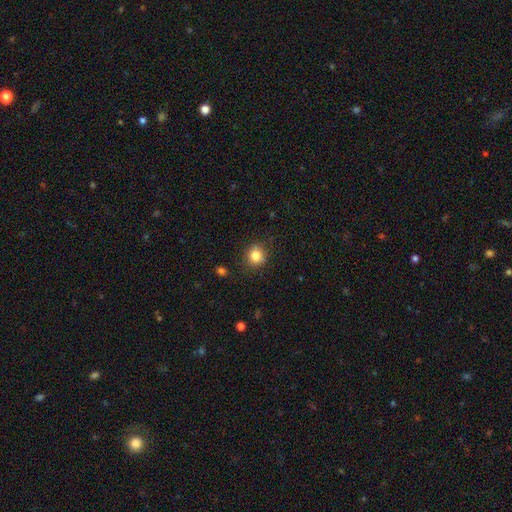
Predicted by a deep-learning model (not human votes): smooth-or-featured: smooth: 83% | star or artifact: 11% | featured or disk: 6%
  how-rounded: round: 83% | in between: 16% | cigar-shaped: 1%
  merging: none: 84% | minor disturbance: 12% | major disturbance: 3% | merger: 1%